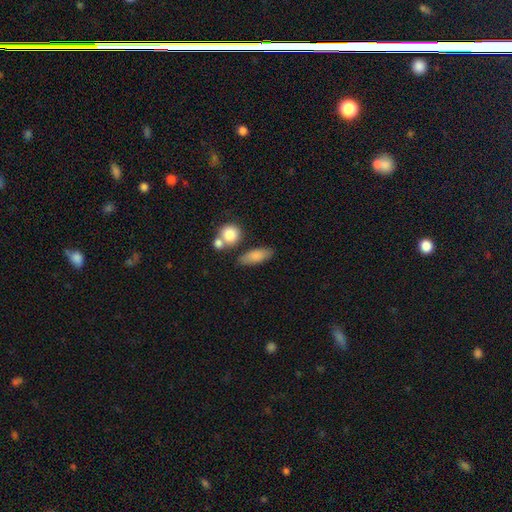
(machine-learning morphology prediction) Smooth or featured? smooth (82%)
How rounded? in between (69%)
Merging? none (71%)